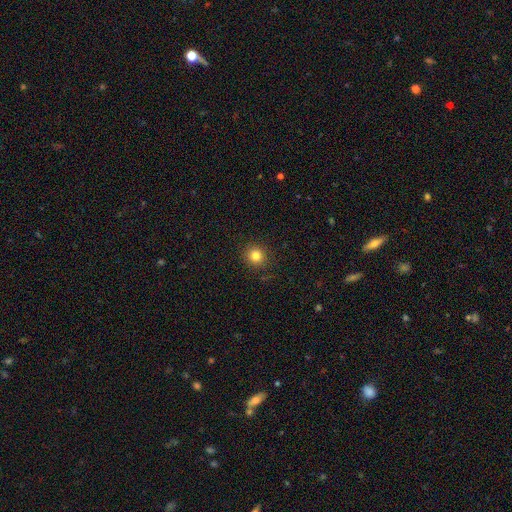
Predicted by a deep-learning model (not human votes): smooth 82%, star or artifact 12%, featured or disk 6%. Down the decision tree: how rounded — round (89%); merging — none (89%).